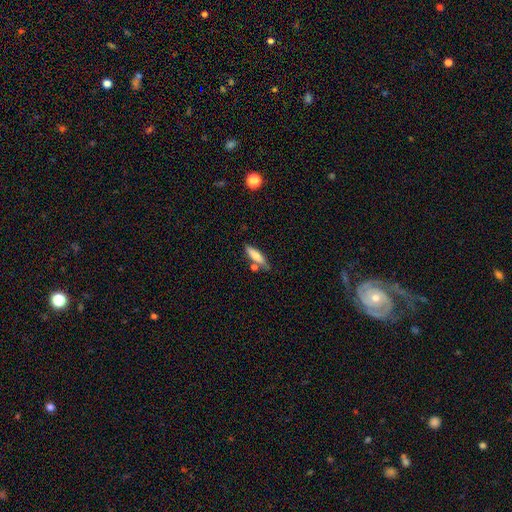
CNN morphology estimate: Smooth or featured? smooth (70%)
How rounded? cigar-shaped (66%)
Merging? none (67%)